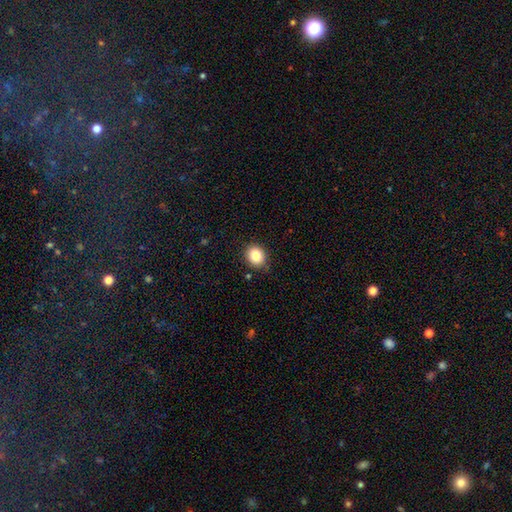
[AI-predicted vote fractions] Smooth or featured?
  - smooth: 85% *
  - star or artifact: 10%
  - featured or disk: 6%
How rounded?
  - round: 69% *
  - in between: 30%
  - cigar-shaped: 1%
Merging?
  - none: 87% *
  - minor disturbance: 10%
  - major disturbance: 2%
  - merger: 1%